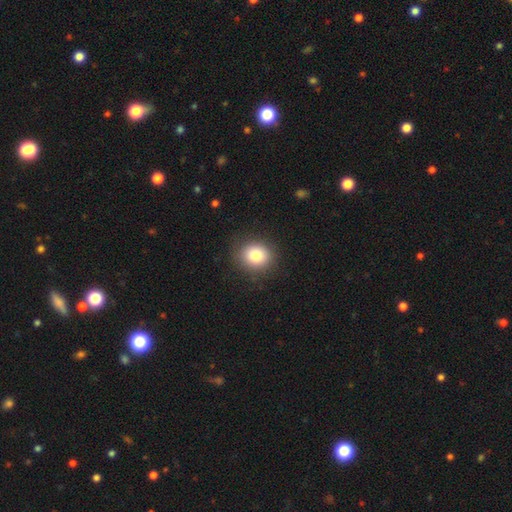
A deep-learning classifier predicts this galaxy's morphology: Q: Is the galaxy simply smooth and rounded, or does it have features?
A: smooth — 82%.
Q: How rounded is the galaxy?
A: round — 74%.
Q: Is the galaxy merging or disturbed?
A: none — 87%.